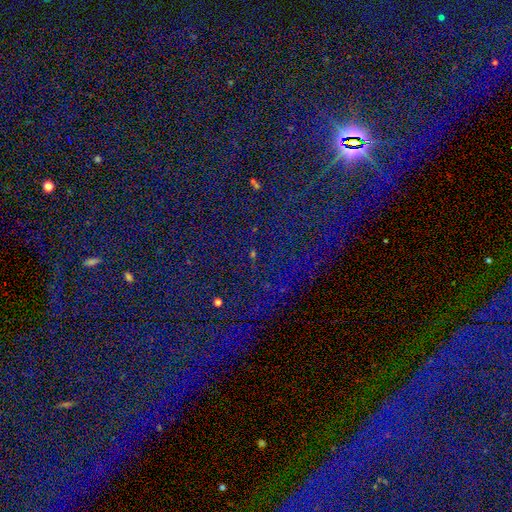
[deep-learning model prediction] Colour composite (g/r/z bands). It shows a star or artifact, not a galaxy (84%).